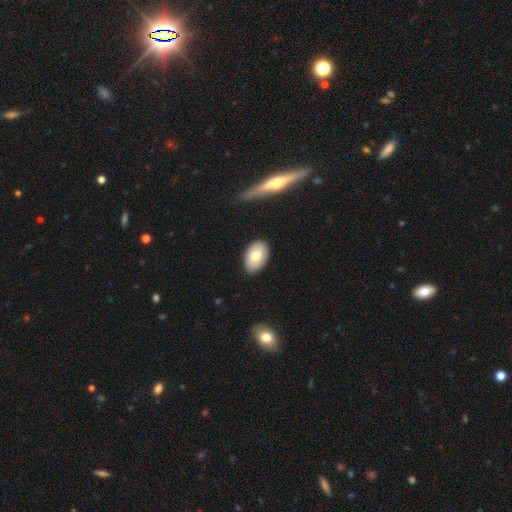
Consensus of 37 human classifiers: Overall: smooth (78%). How rounded: in between (97%). Merging: none (69%).